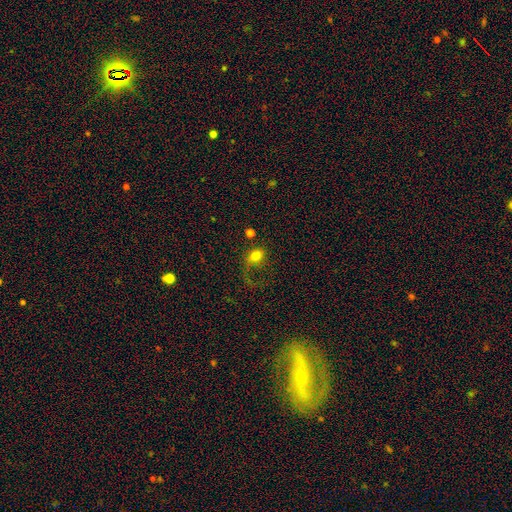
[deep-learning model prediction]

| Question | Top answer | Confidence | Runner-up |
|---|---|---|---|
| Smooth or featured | smooth | 68% | featured or disk (21%) |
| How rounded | round | 50% | in between (48%) |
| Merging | major disturbance | 43% | none (33%) |